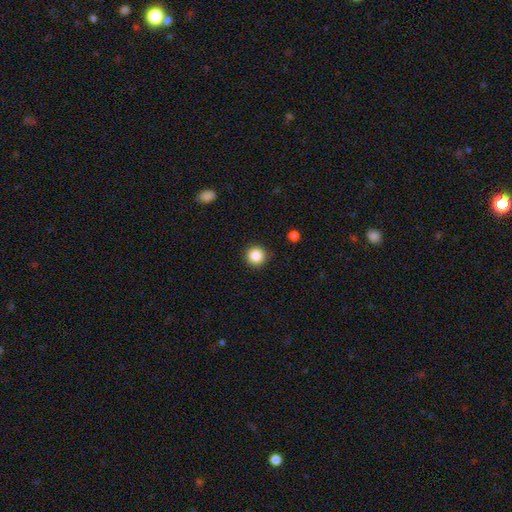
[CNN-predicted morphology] smooth-or-featured: smooth: 86% | star or artifact: 10% | featured or disk: 3%
  how-rounded: round: 95% | in between: 4% | cigar-shaped: 1%
  merging: none: 91% | minor disturbance: 6% | major disturbance: 2% | merger: 1%